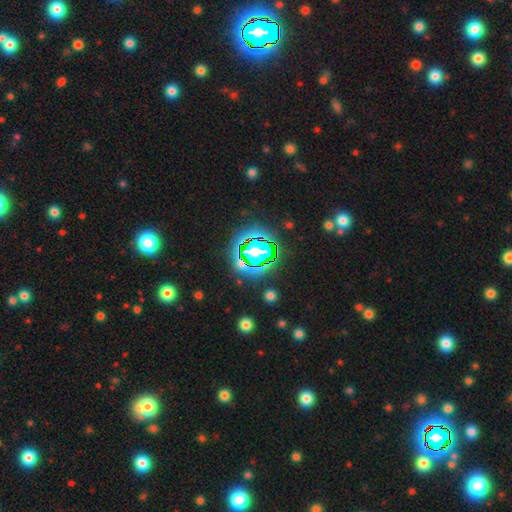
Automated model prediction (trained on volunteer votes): Smooth or featured? star or artifact (73%)